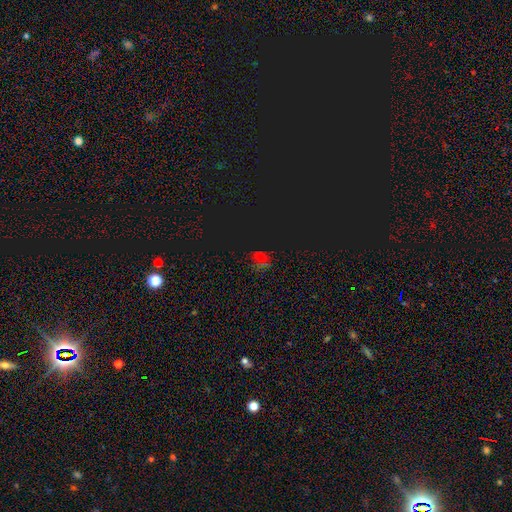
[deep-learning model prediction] Q: Smooth or featured?
A: star or artifact (62%); runner-up: smooth (30%)